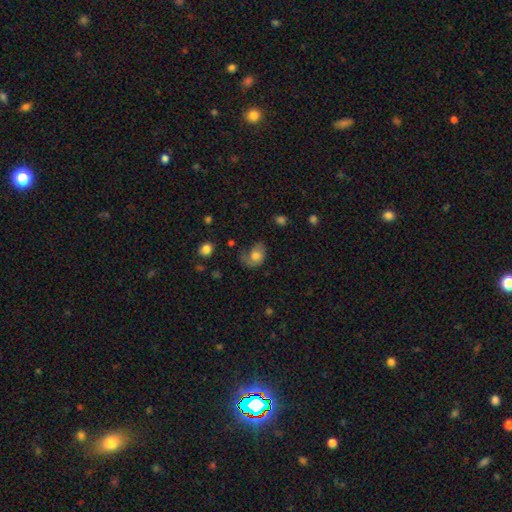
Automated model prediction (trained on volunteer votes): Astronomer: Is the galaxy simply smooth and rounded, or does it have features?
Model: smooth — 61%.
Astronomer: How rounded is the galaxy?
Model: in between — 64%.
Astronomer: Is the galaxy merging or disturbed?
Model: none — 35% (runner-up: major disturbance, 33%).